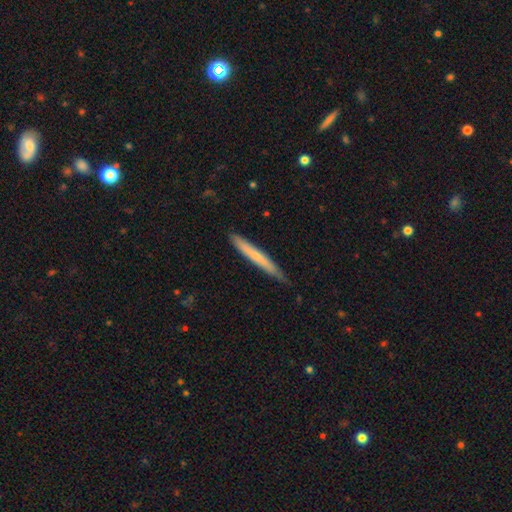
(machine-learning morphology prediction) This is possibly a smooth galaxy (58%). How rounded: clearly cigar-shaped (97%). Merging: clearly none (82%).